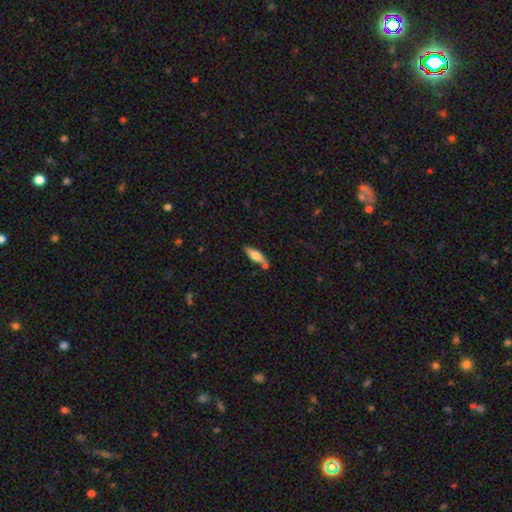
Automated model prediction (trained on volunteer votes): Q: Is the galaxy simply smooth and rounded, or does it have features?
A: smooth — 56%.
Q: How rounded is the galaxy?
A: cigar-shaped — 55%.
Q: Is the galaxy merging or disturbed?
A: none — 66%.